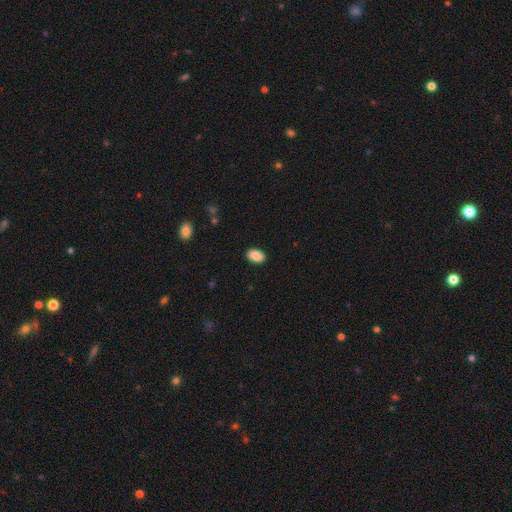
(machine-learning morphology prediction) A smooth galaxy with no disk features (88%) that is in between round and cigar-shaped (90%). Merging: none (89%).